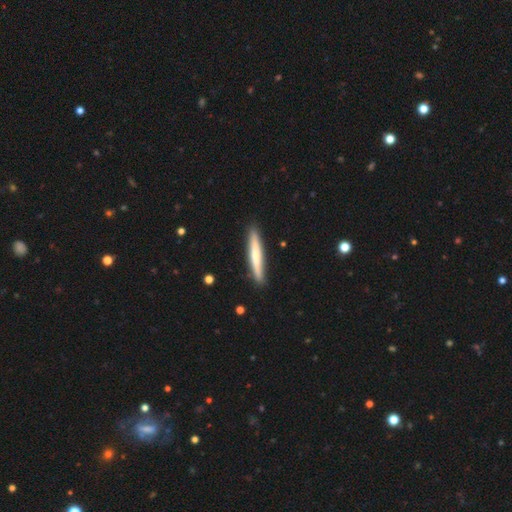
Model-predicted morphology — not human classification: smooth-or-featured: smooth: 54% | featured or disk: 41% | star or artifact: 5%
  how-rounded: cigar-shaped: 94% | in between: 4% | round: 1%
  merging: none: 90% | minor disturbance: 7% | major disturbance: 1% | merger: 1%